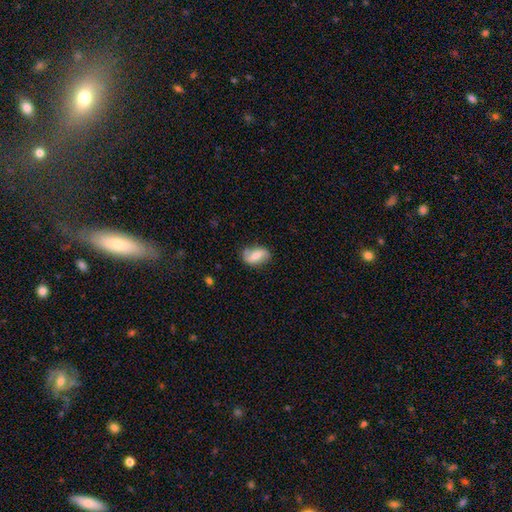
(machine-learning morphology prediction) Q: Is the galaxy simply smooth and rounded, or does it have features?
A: featured or disk — 48%.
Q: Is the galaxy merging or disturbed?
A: none — 70%.